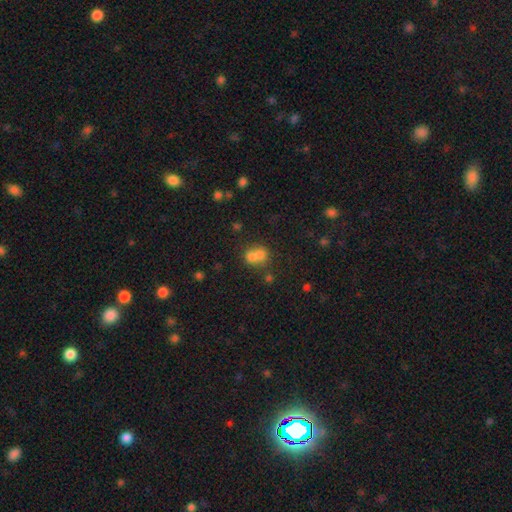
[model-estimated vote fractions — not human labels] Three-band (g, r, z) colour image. It shows a smooth galaxy with no disk features (70%) that is round (64%). Merging: merger (64%).